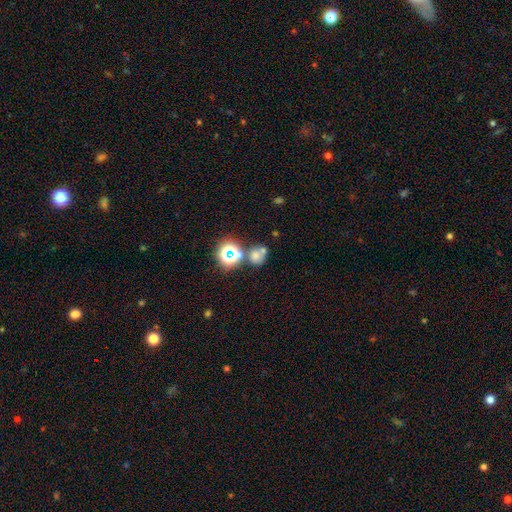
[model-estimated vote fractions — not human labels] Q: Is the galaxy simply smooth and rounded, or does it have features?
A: smooth — 59%.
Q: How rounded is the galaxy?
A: round — 74%.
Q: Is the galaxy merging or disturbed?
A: none — 49%.